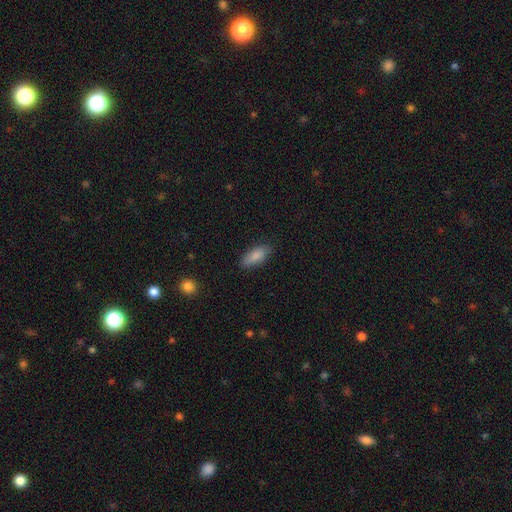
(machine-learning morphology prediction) type=smooth (86%); roundness=in between (76%); merging=none (83%).